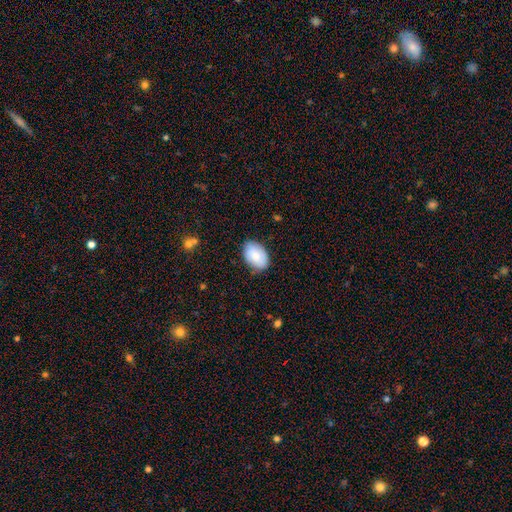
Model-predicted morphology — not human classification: This is clearly a smooth galaxy (83%). How rounded: clearly in between (89%). Merging: clearly none (81%).